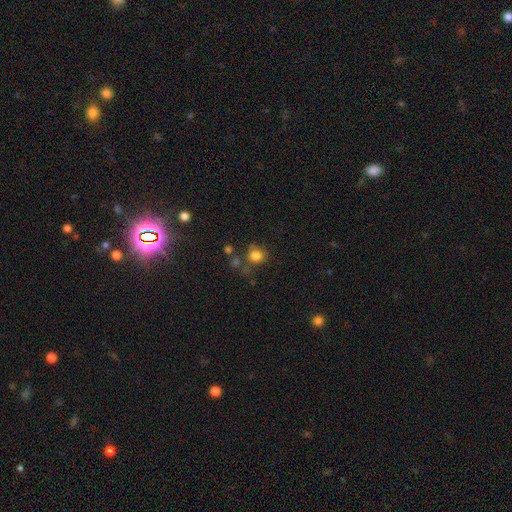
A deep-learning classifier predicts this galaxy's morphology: Smooth or featured: smooth — 81% (star or artifact — 13%)
How rounded: round — 86% (in between — 13%)
Merging: none — 67% (minor disturbance — 15%)